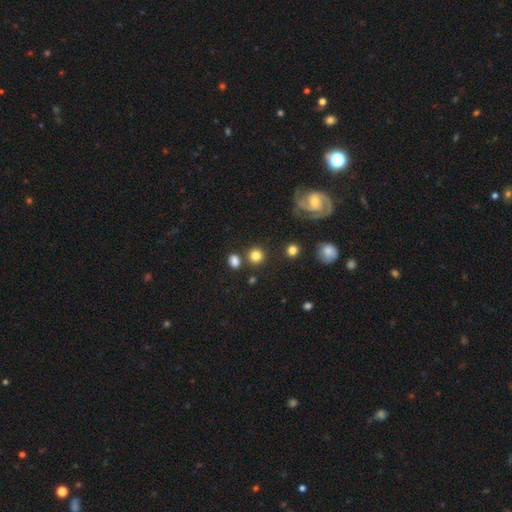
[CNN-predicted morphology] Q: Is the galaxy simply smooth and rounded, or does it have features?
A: smooth — 82%.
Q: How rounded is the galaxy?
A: round — 89%.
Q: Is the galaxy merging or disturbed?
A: none — 81%.